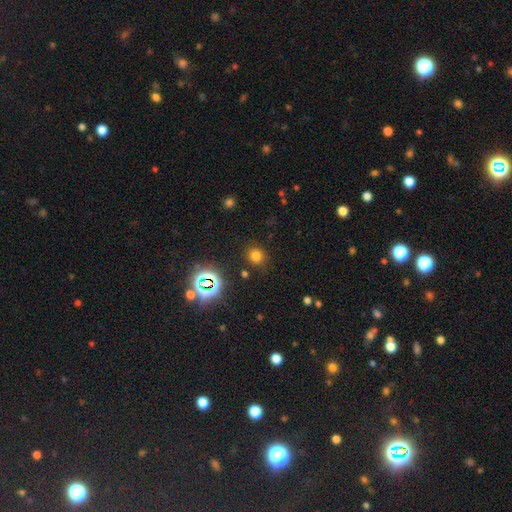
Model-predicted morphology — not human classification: Smooth or featured? Predicted: smooth (p=0.69). How rounded? Predicted: round (p=0.84). Merging? Predicted: none (p=0.83).